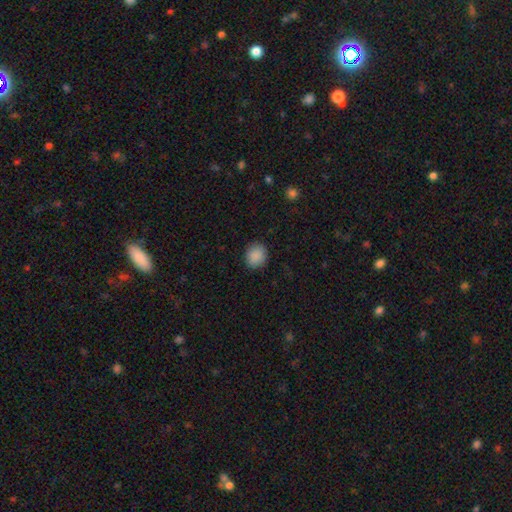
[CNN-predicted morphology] This appears to be a smooth galaxy with no disk features (89%) that is round (70%). Merging: none (87%).